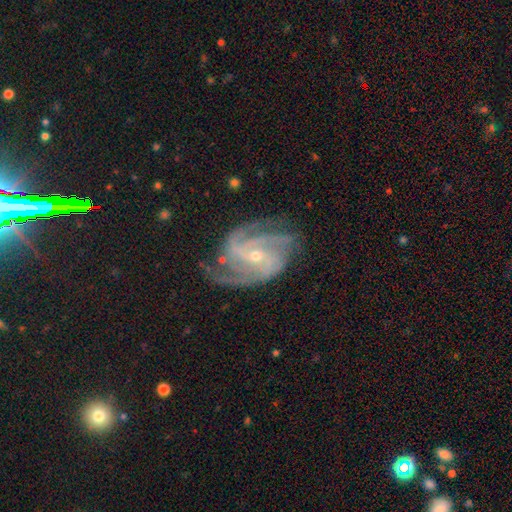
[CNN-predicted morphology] This is clearly a featured or disk galaxy (92%). It is clearly not viewed edge-on (97%). Bar: marginally no (43%). Spiral arm pattern: clearly yes (98%). Spiral arm count: marginally 3 (38%). Spiral winding: possibly medium (47%). Central bulge: likely small (66%). Merging: likely none (69%).